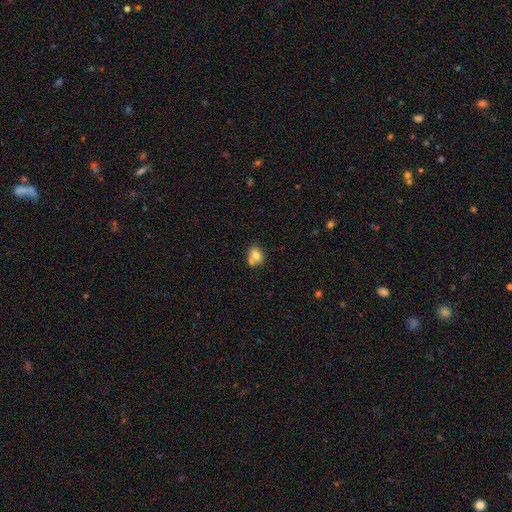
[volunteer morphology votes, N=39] smooth 69%, featured or disk 26%, star or artifact 5%. Down the decision tree: how rounded — round (56%); merging — none (49%).